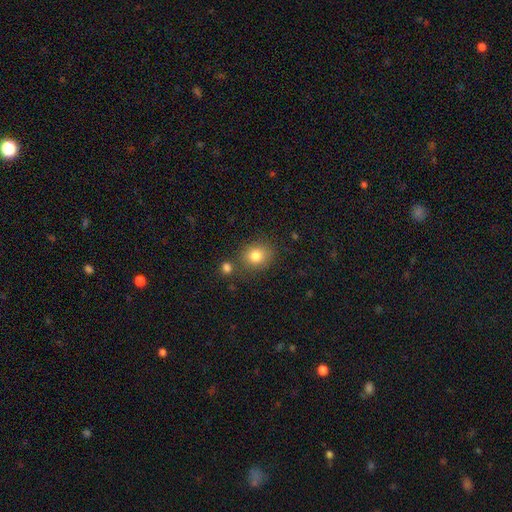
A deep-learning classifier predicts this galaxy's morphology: This is clearly a smooth galaxy (81%). How rounded: likely round (71%). Merging: likely none (75%).